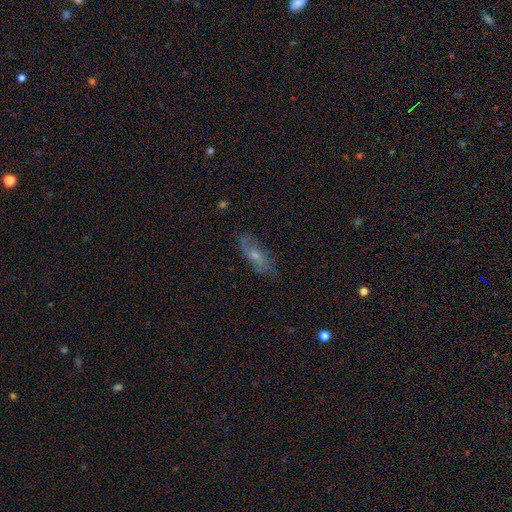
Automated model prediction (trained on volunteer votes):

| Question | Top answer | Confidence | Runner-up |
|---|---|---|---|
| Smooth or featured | featured or disk | 52% | smooth (39%) |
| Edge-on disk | no | 81% | yes (19%) |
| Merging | none | 73% | minor disturbance (20%) |